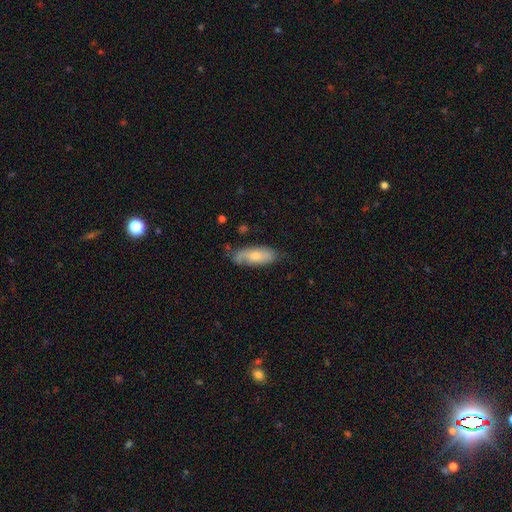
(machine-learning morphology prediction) This appears to be a smooth galaxy with no disk features (60%) that is in between round and cigar-shaped (76%). Merging: none (59%).